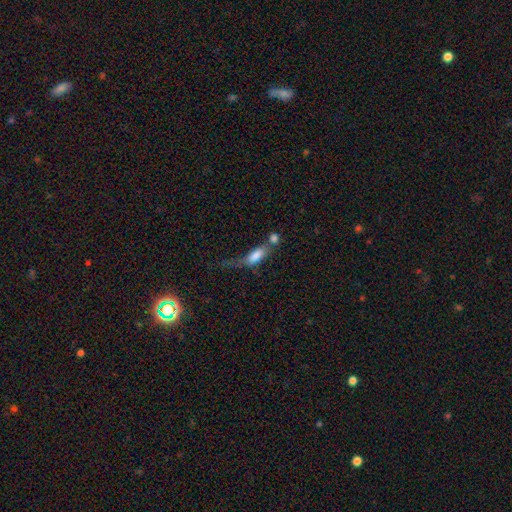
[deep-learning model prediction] Morphology: type=smooth (71%); roundness=in between (62%); merging=merger (39%).